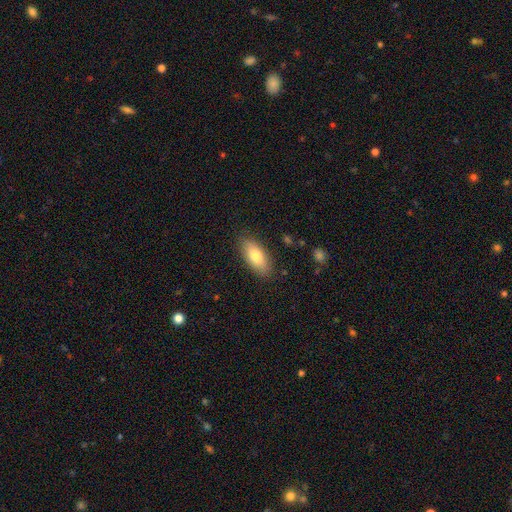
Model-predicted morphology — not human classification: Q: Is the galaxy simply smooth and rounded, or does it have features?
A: smooth — 77%.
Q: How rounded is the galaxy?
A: in between — 83%.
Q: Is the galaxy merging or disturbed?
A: none — 86%.